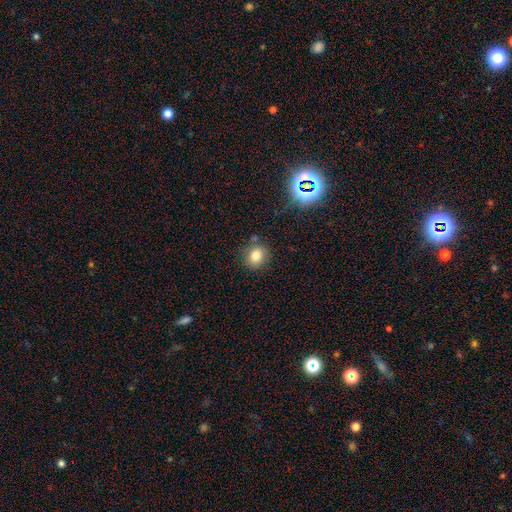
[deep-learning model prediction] Smooth or featured?
  - smooth: 81% *
  - star or artifact: 12%
  - featured or disk: 7%
How rounded?
  - round: 69% *
  - in between: 30%
  - cigar-shaped: 1%
Merging?
  - none: 79% *
  - minor disturbance: 12%
  - merger: 6%
  - major disturbance: 3%